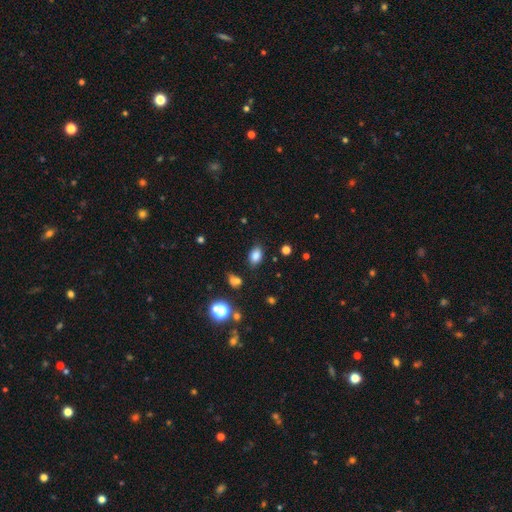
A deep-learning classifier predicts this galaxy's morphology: Smooth or featured? smooth (82%)
How rounded? in between (83%)
Merging? none (82%)